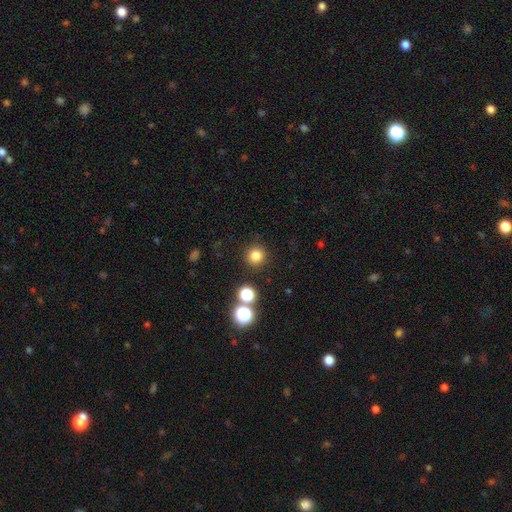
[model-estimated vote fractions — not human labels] The model was most divided on "smooth or featured": smooth: 80%, star or artifact: 15%, featured or disk: 5%. More confident: how rounded — round (95%); merging — none (89%).